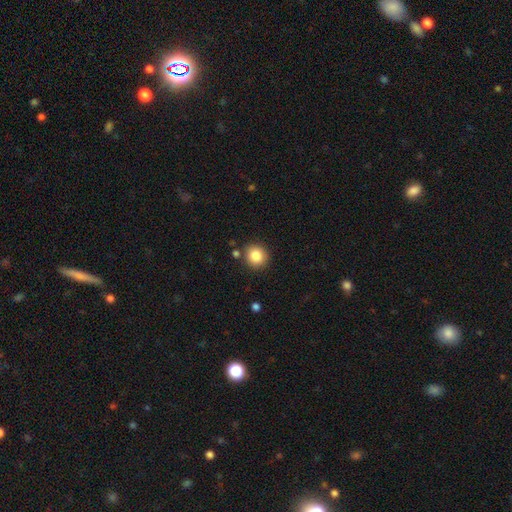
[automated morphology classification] smooth-or-featured: smooth: 85% | star or artifact: 10% | featured or disk: 6%
  how-rounded: round: 89% | in between: 10% | cigar-shaped: 1%
  merging: none: 86% | minor disturbance: 8% | merger: 4% | major disturbance: 2%